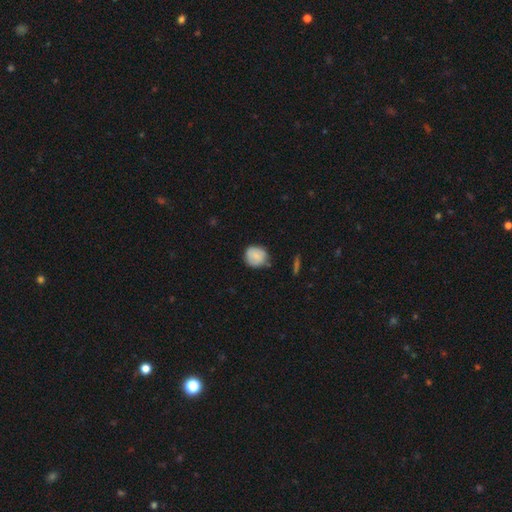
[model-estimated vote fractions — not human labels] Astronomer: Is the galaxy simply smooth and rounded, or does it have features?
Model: smooth — 82%.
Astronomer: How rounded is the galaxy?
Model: round — 84%.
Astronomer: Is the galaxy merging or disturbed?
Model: none — 70%.